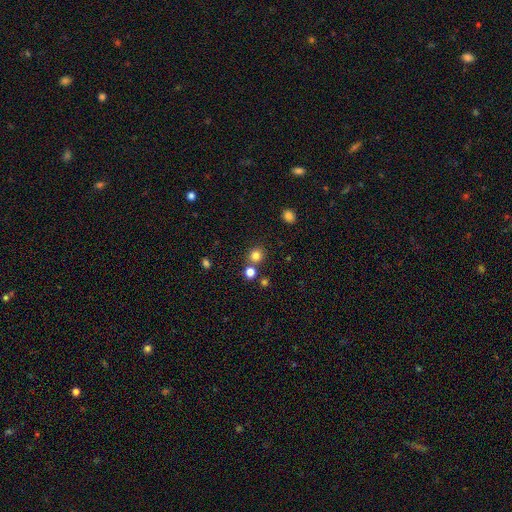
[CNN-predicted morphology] Smooth or featured?
  - smooth: 81% *
  - star or artifact: 14%
  - featured or disk: 5%
How rounded?
  - round: 90% *
  - in between: 9%
  - cigar-shaped: 1%
Merging?
  - none: 74% *
  - merger: 16%
  - minor disturbance: 7%
  - major disturbance: 3%